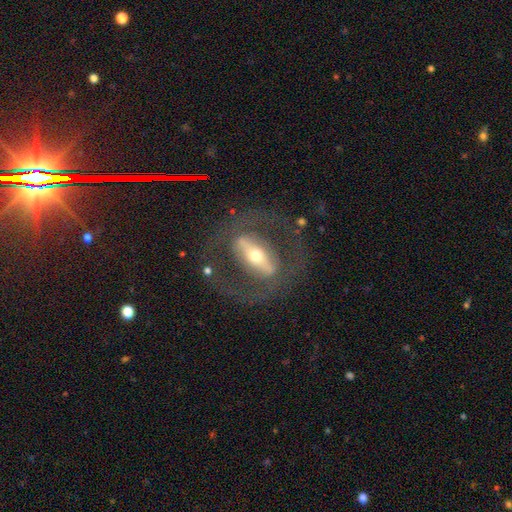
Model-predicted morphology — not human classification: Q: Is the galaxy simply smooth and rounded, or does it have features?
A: featured or disk — 79%.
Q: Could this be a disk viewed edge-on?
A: no — 82%.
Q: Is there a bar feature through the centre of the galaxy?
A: strong — 69%.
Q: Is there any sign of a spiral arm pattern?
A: no — 64%.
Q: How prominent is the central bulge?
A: moderate — 55%.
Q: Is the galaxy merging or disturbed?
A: none — 71%.